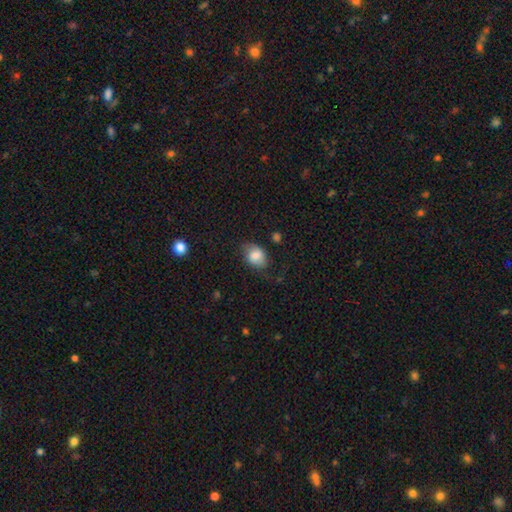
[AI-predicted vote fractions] Morphology: type=smooth (77%); roundness=in between (73%); merging=none (65%).